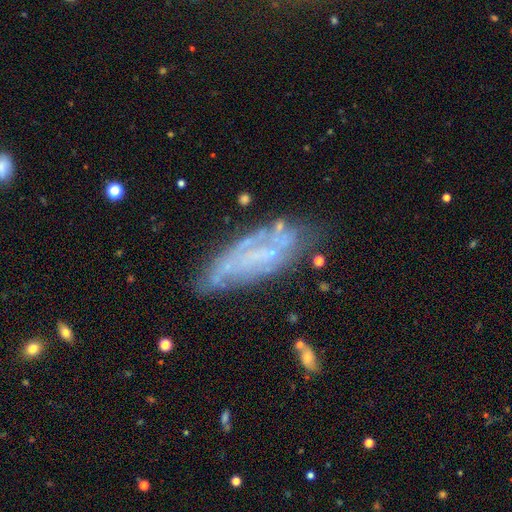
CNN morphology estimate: smooth_or_featured: featured or disk (p=0.65) [alt: smooth p=0.24]
disk_edge_on: no (p=0.80) [alt: yes p=0.20]
bar: no (p=0.56) [alt: weak p=0.27]
has_spiral_arms: no (p=0.55) [alt: yes p=0.45]
bulge_size: none (p=0.58) [alt: small p=0.32]
merging: none (p=0.57) [alt: minor disturbance p=0.24]